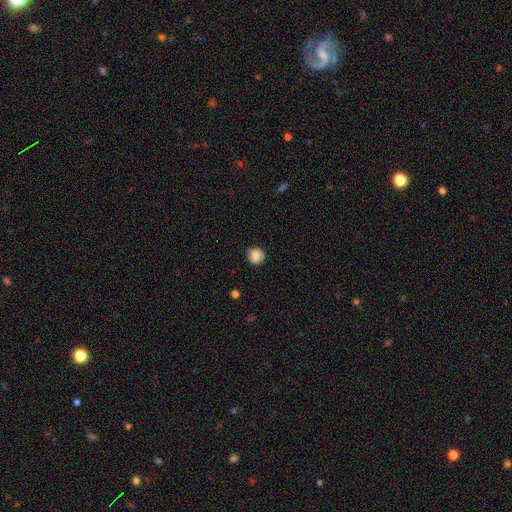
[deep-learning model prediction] smooth 86%, star or artifact 9%, featured or disk 6%. Down the decision tree: how rounded — round (90%); merging — none (87%).